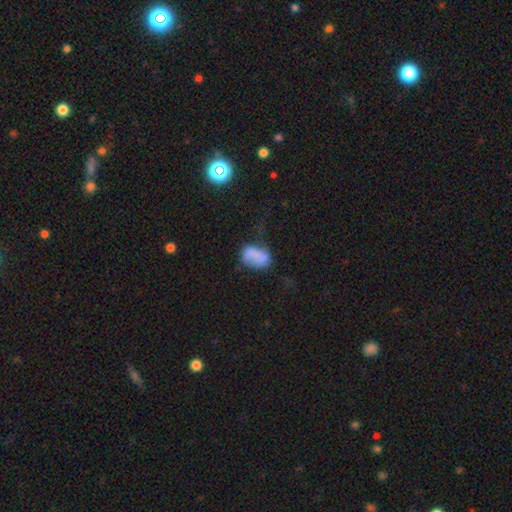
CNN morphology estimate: Overall: smooth (68%). How rounded: in between (84%). Merging: none (35%; minor disturbance 30%).